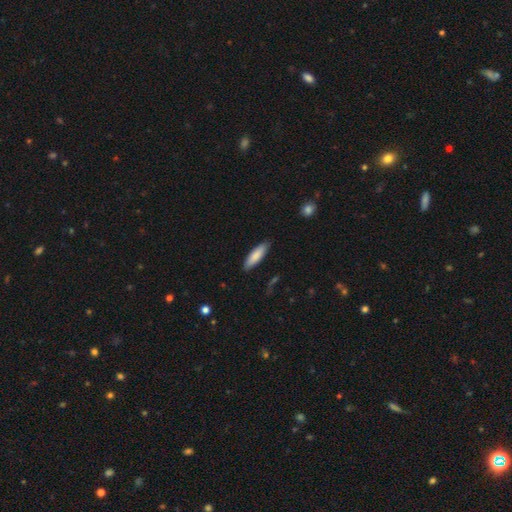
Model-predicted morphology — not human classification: Q: Smooth or featured?
A: smooth (84%); runner-up: featured or disk (11%)
Q: How rounded?
A: cigar-shaped (58%); runner-up: in between (41%)
Q: Merging?
A: none (87%); runner-up: minor disturbance (10%)